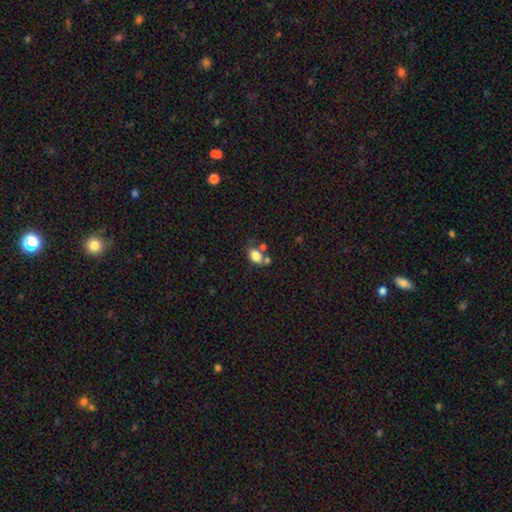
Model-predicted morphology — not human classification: Smooth or featured?
  - smooth: 81% *
  - star or artifact: 10%
  - featured or disk: 9%
How rounded?
  - in between: 81% *
  - round: 18%
  - cigar-shaped: 1%
Merging?
  - none: 52% *
  - merger: 25%
  - minor disturbance: 17%
  - major disturbance: 6%